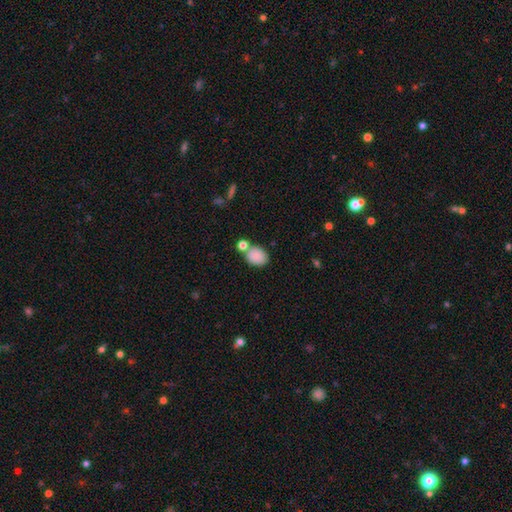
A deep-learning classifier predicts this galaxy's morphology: A smooth galaxy with no disk features (87%) that is in between round and cigar-shaped (62%). Merging: none (59%).